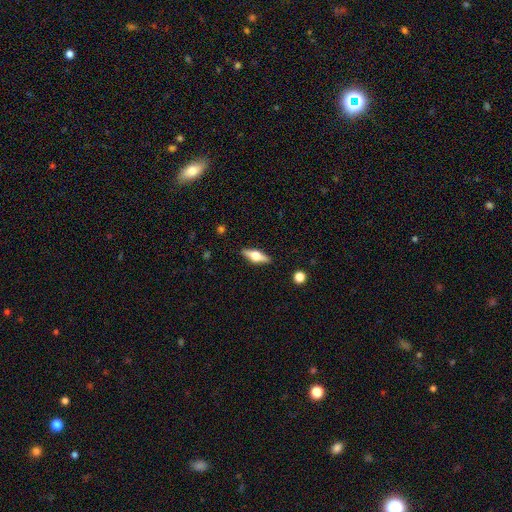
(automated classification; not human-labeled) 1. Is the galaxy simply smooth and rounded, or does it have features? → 56% featured or disk, 38% smooth, 6% star or artifact.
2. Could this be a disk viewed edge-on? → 94% yes, 6% no.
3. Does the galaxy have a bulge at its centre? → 94% rounded, 5% boxy, 2% none.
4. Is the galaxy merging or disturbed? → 89% none, 8% minor disturbance, 2% major disturbance, 1% merger.